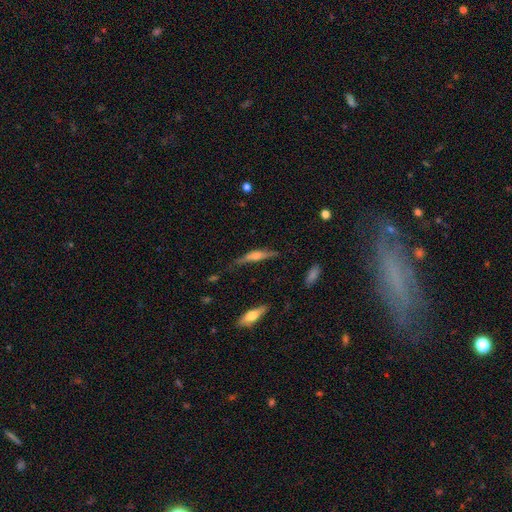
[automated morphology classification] smooth_or_featured: featured or disk (p=0.61) [alt: smooth p=0.32]
disk_edge_on: yes (p=0.94) [alt: no p=0.06]
edge_on_bulge: rounded (p=0.82) [alt: boxy p=0.13]
merging: none (p=0.68) [alt: minor disturbance p=0.23]